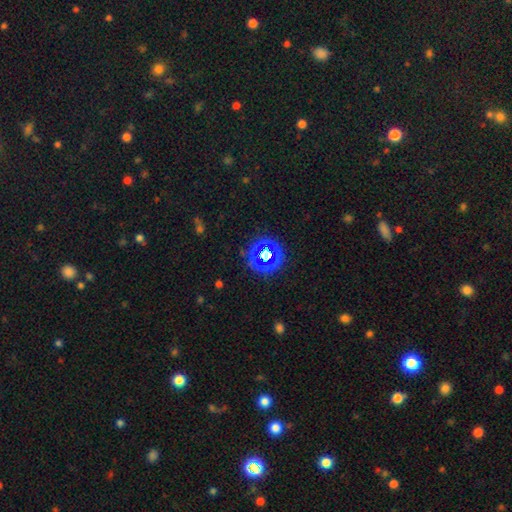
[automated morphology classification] The model was most divided on "smooth or featured": smooth: 56%, star or artifact: 36%, featured or disk: 8%. More confident: how rounded — round (88%); merging — none (87%).